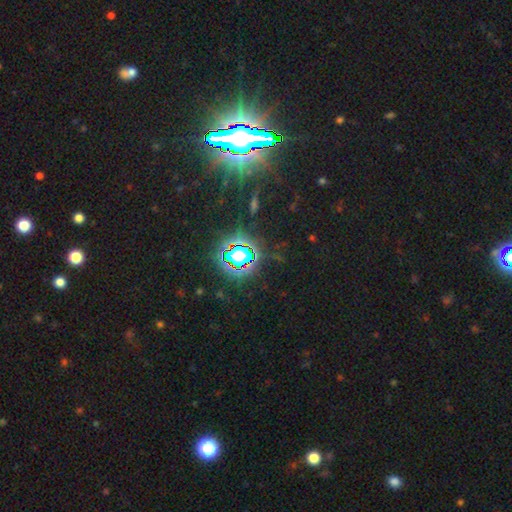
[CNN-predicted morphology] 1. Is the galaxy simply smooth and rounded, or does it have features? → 84% star or artifact, 9% smooth, 7% featured or disk.